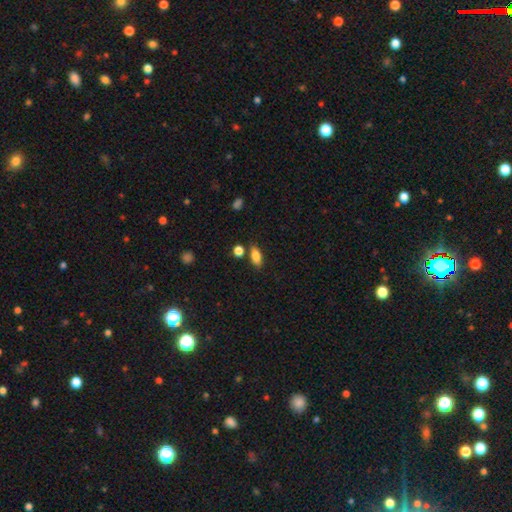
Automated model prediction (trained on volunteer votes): Q: Smooth or featured?
A: smooth (81%); runner-up: featured or disk (10%)
Q: How rounded?
A: in between (80%); runner-up: cigar-shaped (15%)
Q: Merging?
A: none (78%); runner-up: minor disturbance (12%)